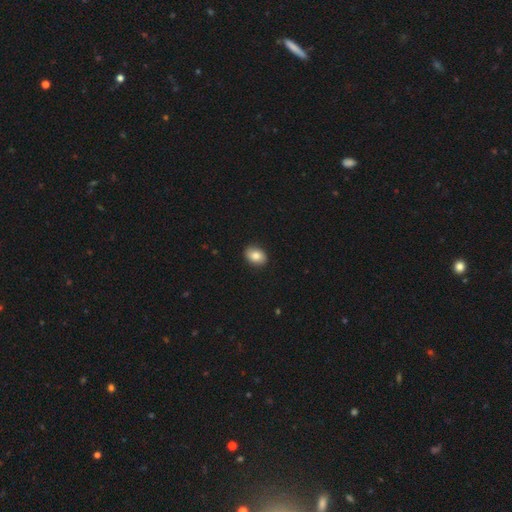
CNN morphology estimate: Q: Smooth or featured?
A: smooth (84%); runner-up: featured or disk (8%)
Q: How rounded?
A: in between (73%); runner-up: round (26%)
Q: Merging?
A: none (90%); runner-up: minor disturbance (8%)